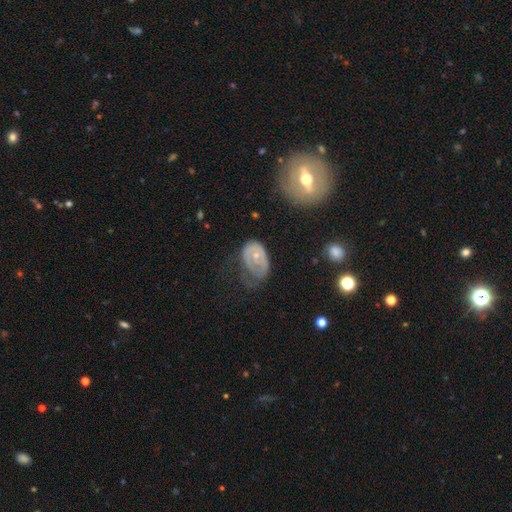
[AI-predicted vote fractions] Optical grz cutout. It shows a featured or disk galaxy (57%) with no bar (81%), no spiral arms (53%) and a small central bulge (56%). Merging: major disturbance (38%).